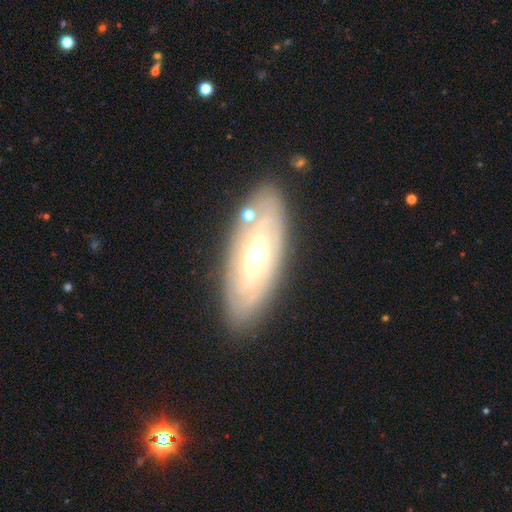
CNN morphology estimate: Q: Smooth or featured?
A: featured or disk (71%); runner-up: smooth (23%)
Q: Edge-on disk?
A: no (81%); runner-up: yes (19%)
Q: Bar?
A: no (63%); runner-up: weak (28%)
Q: Spiral arms?
A: yes (73%); runner-up: no (27%)
Q: Bulge size?
A: moderate (59%); runner-up: small (34%)
Q: Merging?
A: none (82%); runner-up: minor disturbance (12%)